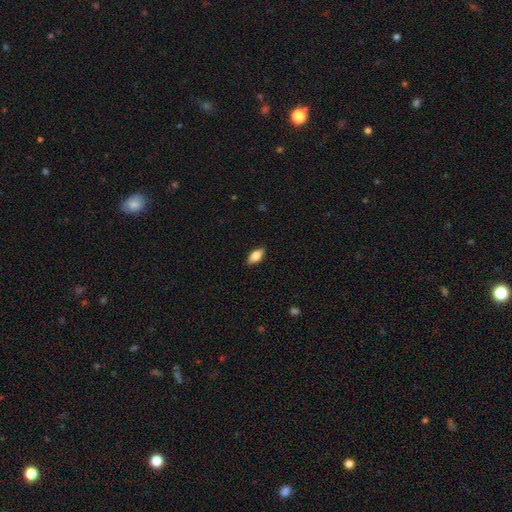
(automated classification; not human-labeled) Smooth or featured?
  - smooth: 66% *
  - featured or disk: 27%
  - star or artifact: 7%
How rounded?
  - in between: 83% *
  - cigar-shaped: 14%
  - round: 3%
Merging?
  - none: 87% *
  - minor disturbance: 10%
  - major disturbance: 2%
  - merger: 1%